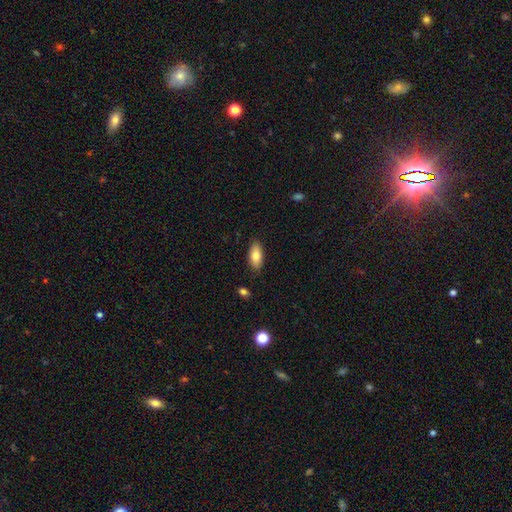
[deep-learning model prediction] Smooth or featured? smooth (82%)
How rounded? in between (87%)
Merging? none (86%)